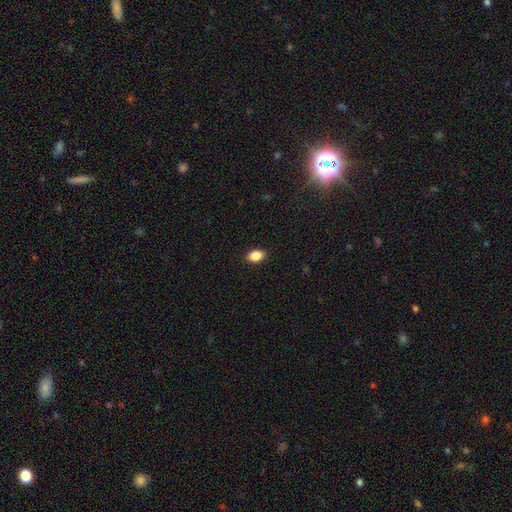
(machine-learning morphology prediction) Smooth or featured: smooth — 87% (star or artifact — 9%)
How rounded: in between — 84% (round — 15%)
Merging: none — 89% (minor disturbance — 8%)